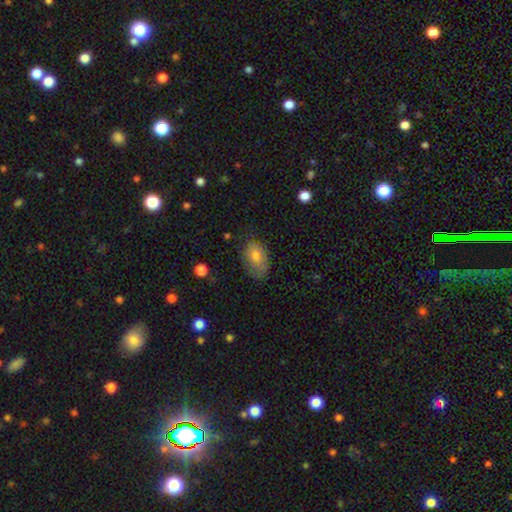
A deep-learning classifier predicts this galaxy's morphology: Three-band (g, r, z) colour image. It shows a smooth galaxy with no disk features (72%) that is in between round and cigar-shaped (88%). Merging: none (59%).